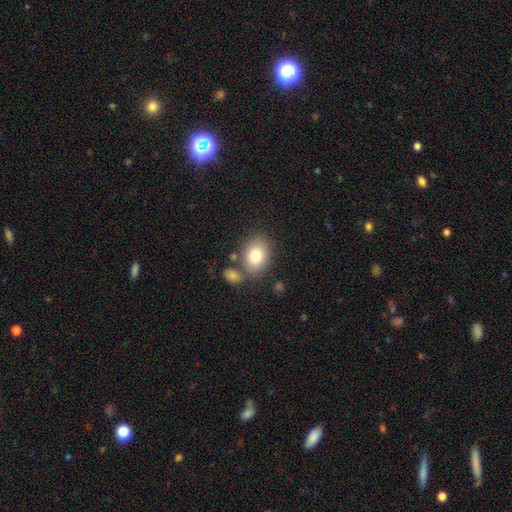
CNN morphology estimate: A smooth galaxy with no disk features (79%) that is in between round and cigar-shaped (65%). Merging: none (71%).